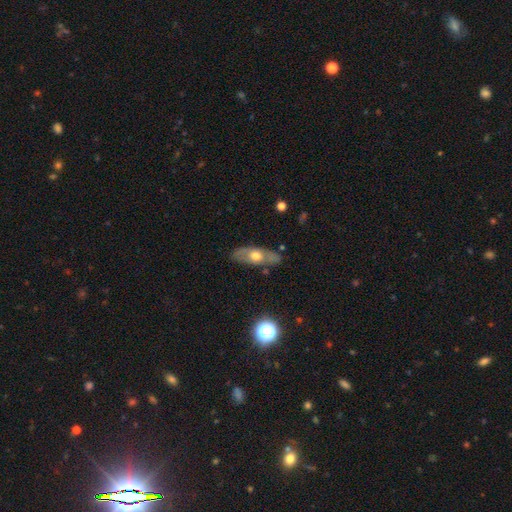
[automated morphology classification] Smooth or featured?
  - featured or disk: 48% *
  - smooth: 45%
  - star or artifact: 7%
Merging?
  - none: 80% *
  - minor disturbance: 15%
  - major disturbance: 3%
  - merger: 2%